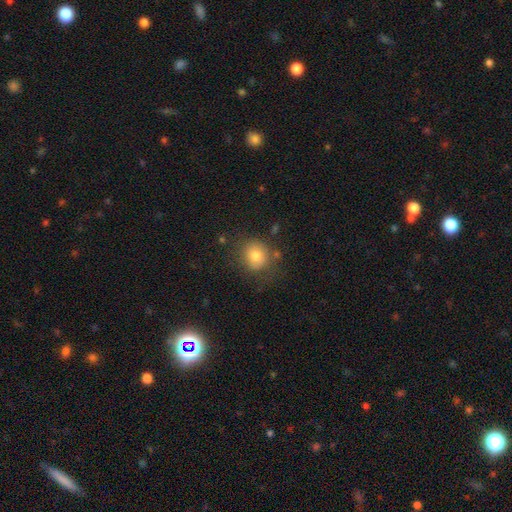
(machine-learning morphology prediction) Smooth or featured? Predicted: smooth (p=0.80). How rounded? Predicted: round (p=0.82). Merging? Predicted: none (p=0.75).